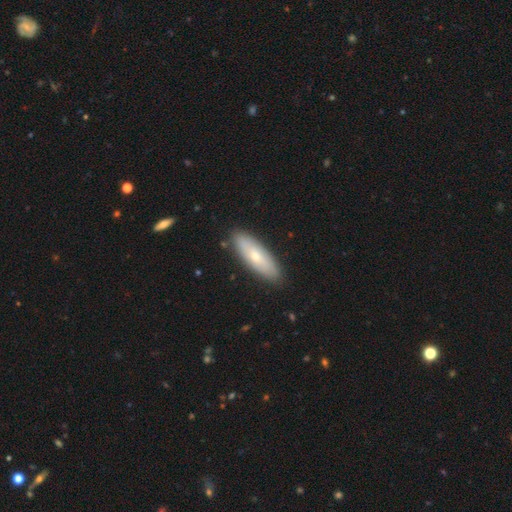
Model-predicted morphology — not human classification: This appears to be a smooth galaxy with no disk features (58%) that is in between round and cigar-shaped (56%). Merging: none (87%).